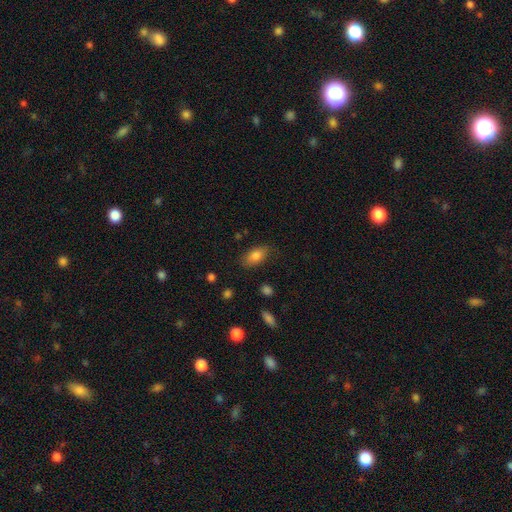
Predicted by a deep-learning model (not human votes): Smooth or featured?
  - smooth: 81% *
  - featured or disk: 11%
  - star or artifact: 8%
How rounded?
  - in between: 90% *
  - round: 6%
  - cigar-shaped: 4%
Merging?
  - none: 79% *
  - minor disturbance: 16%
  - major disturbance: 4%
  - merger: 1%